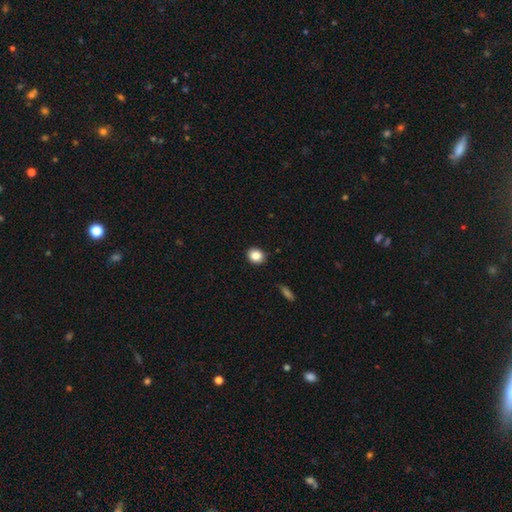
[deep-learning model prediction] A smooth galaxy with no disk features (85%) that is round (69%). Merging: none (90%).